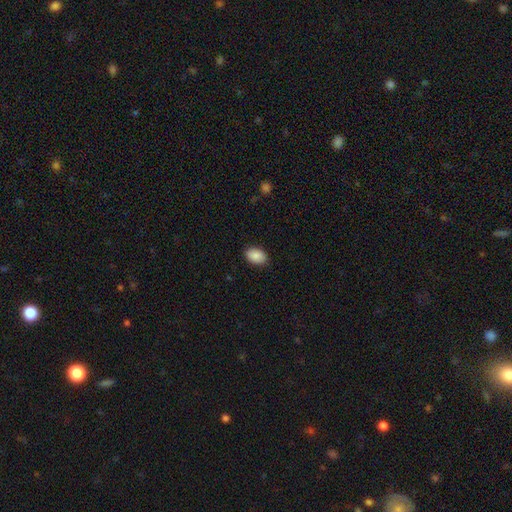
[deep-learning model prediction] This is clearly a smooth galaxy (88%). How rounded: clearly in between (88%). Merging: clearly none (88%).